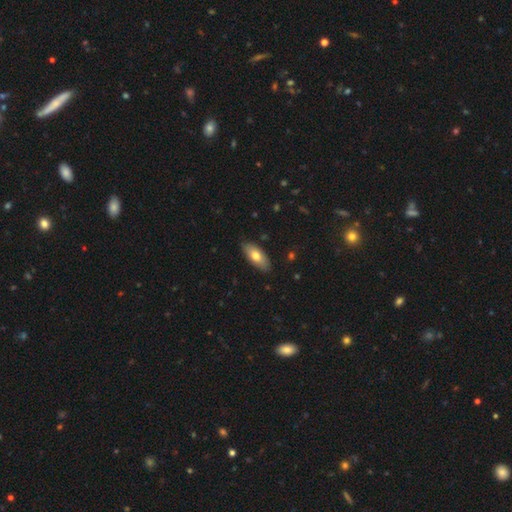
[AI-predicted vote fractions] Overall: smooth (73%). How rounded: in between (85%). Merging: none (86%).